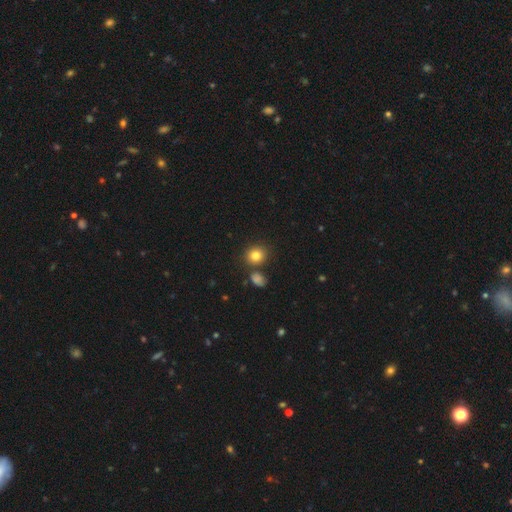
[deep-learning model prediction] Smooth or featured?
  - smooth: 82% *
  - star or artifact: 11%
  - featured or disk: 7%
How rounded?
  - round: 76% *
  - in between: 23%
  - cigar-shaped: 1%
Merging?
  - none: 77% *
  - merger: 10%
  - minor disturbance: 10%
  - major disturbance: 3%